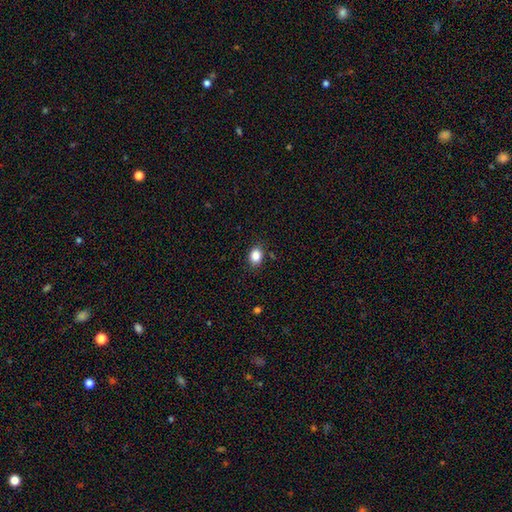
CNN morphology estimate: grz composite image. It shows a smooth galaxy with no disk features (86%) that is in between round and cigar-shaped (65%). Merging: none (85%).